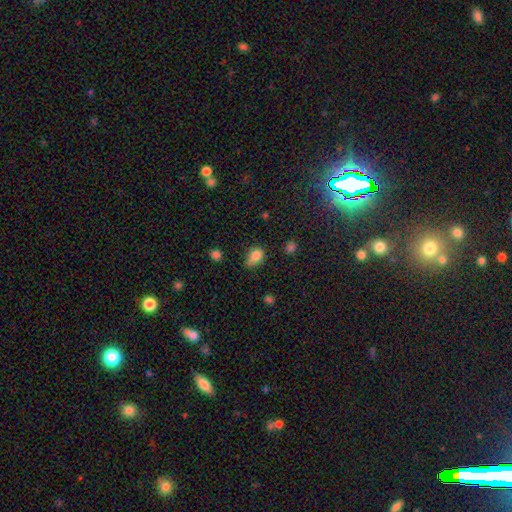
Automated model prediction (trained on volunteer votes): smooth-or-featured: smooth: 82% | star or artifact: 10% | featured or disk: 7%
  how-rounded: in between: 76% | round: 22% | cigar-shaped: 2%
  merging: none: 48% | minor disturbance: 39% | major disturbance: 9% | merger: 4%